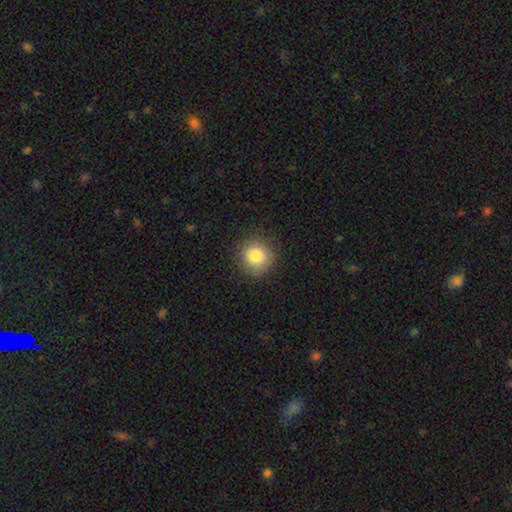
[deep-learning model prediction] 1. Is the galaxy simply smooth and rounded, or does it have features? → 82% smooth, 10% star or artifact, 8% featured or disk.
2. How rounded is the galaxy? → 91% round, 8% in between, 1% cigar-shaped.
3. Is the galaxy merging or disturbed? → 88% none, 9% minor disturbance, 3% major disturbance, 1% merger.